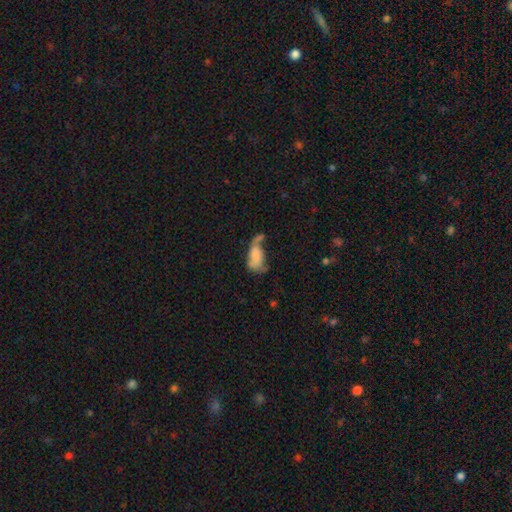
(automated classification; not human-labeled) This appears to be a smooth galaxy with no disk features (65%) that is in between round and cigar-shaped (90%). Merging: major disturbance (32%).